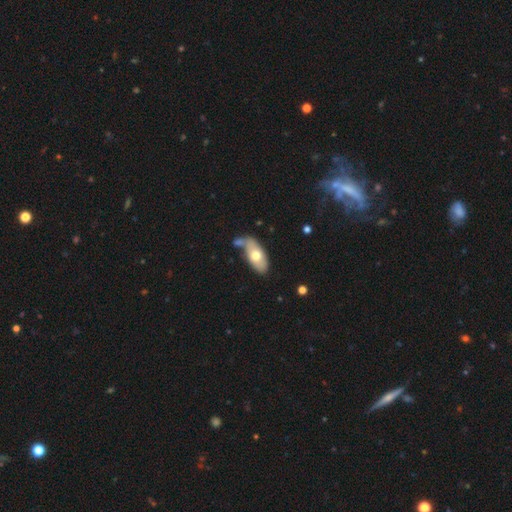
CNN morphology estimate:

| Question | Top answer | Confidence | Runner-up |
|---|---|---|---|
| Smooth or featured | smooth | 64% | featured or disk (30%) |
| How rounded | in between | 90% | cigar-shaped (7%) |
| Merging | none | 50% | minor disturbance (21%) |